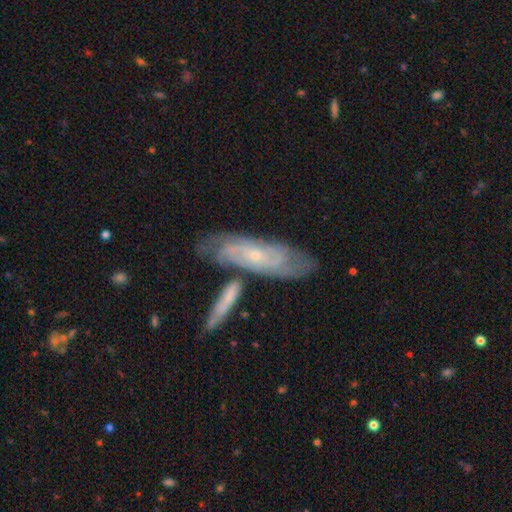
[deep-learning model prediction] Smooth or featured: featured or disk — 77% (smooth — 17%)
Edge-on disk: no — 84% (yes — 16%)
Bar: no — 70% (weak — 24%)
Spiral arms: yes — 90% (no — 10%)
Spiral winding: tight — 67% (medium — 26%)
Spiral arm count: can't tell — 47% (2 — 29%)
Bulge size: small — 75% (moderate — 21%)
Merging: none — 63% (merger — 17%)